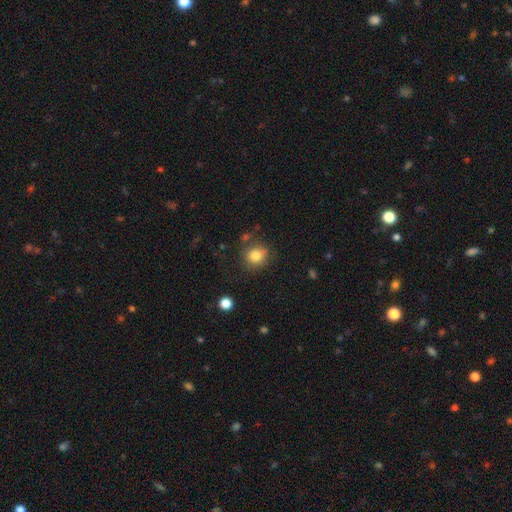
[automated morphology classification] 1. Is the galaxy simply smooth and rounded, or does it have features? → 82% smooth, 10% star or artifact, 8% featured or disk.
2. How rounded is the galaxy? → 77% round, 22% in between, 1% cigar-shaped.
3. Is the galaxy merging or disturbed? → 74% none, 15% minor disturbance, 6% merger, 5% major disturbance.